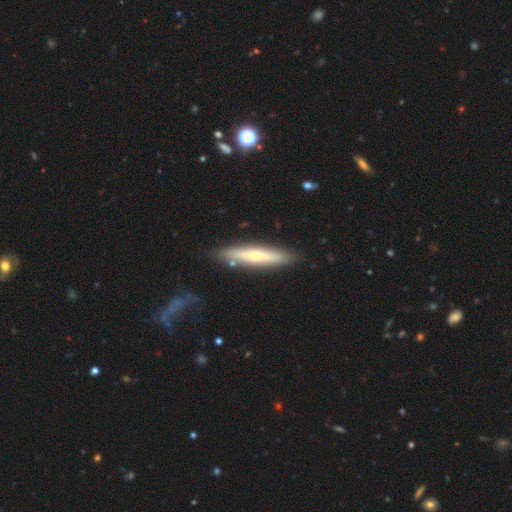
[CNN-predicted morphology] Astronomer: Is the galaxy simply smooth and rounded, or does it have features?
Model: featured or disk — 48% (runner-up: smooth, 47%).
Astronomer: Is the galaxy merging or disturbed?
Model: none — 85%.